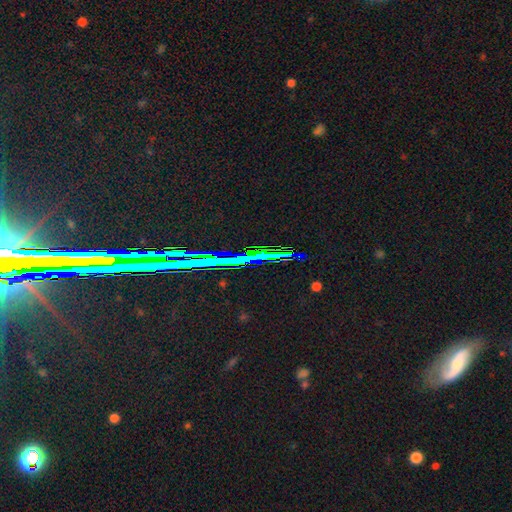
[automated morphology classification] A star or artifact, not a galaxy (71%).